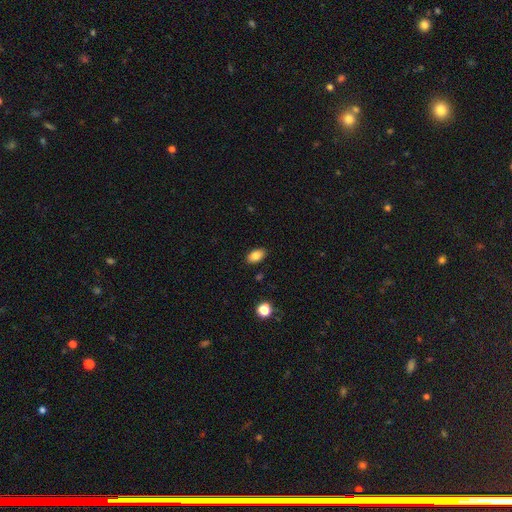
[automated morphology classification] type=smooth (83%); roundness=in between (91%); merging=none (88%).